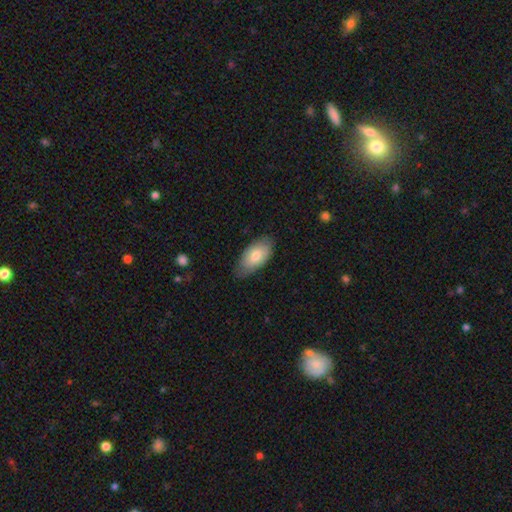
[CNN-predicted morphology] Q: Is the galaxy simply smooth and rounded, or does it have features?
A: smooth — 77%.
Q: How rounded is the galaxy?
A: in between — 94%.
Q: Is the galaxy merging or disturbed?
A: none — 73%.